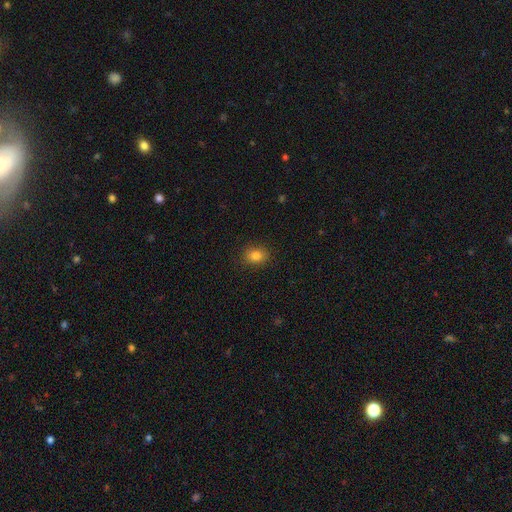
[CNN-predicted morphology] Smooth or featured?
  - smooth: 83% *
  - star or artifact: 11%
  - featured or disk: 5%
How rounded?
  - in between: 57% *
  - round: 41%
  - cigar-shaped: 1%
Merging?
  - none: 87% *
  - minor disturbance: 9%
  - major disturbance: 2%
  - merger: 1%